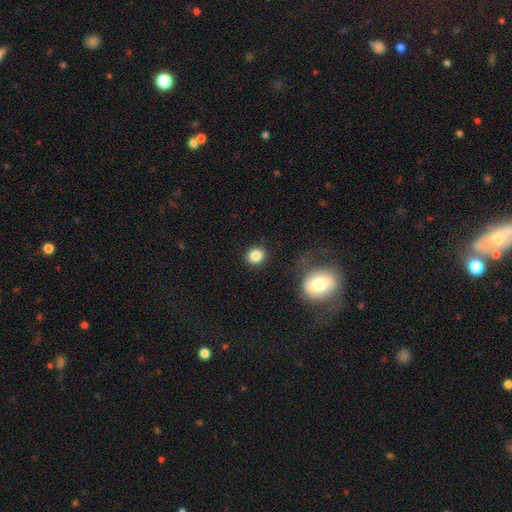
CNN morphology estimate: type=smooth (85%); roundness=round (84%); merging=none (87%).